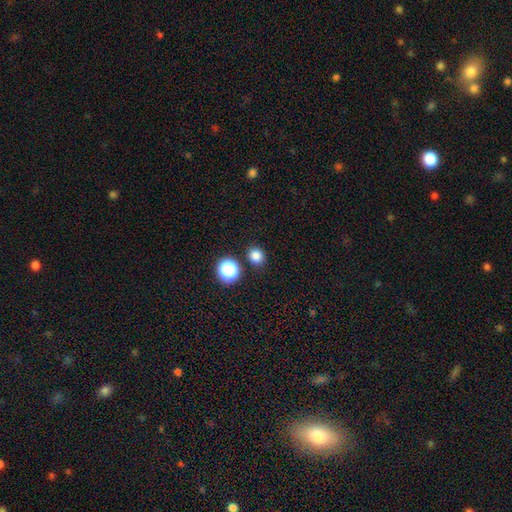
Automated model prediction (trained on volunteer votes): smooth 81%, star or artifact 15%, featured or disk 4%. Down the decision tree: how rounded — round (82%); merging — none (86%).